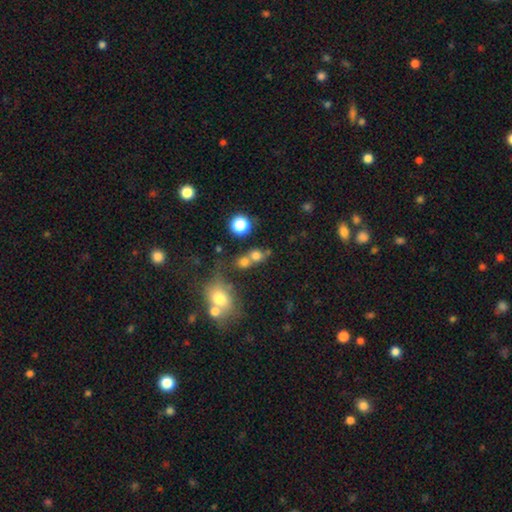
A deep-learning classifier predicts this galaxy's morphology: smooth_or_featured: smooth (p=0.71) [alt: star or artifact p=0.18]
how_rounded: round (p=0.75) [alt: in between p=0.23]
merging: none (p=0.43) [tied with: merger p=0.43]